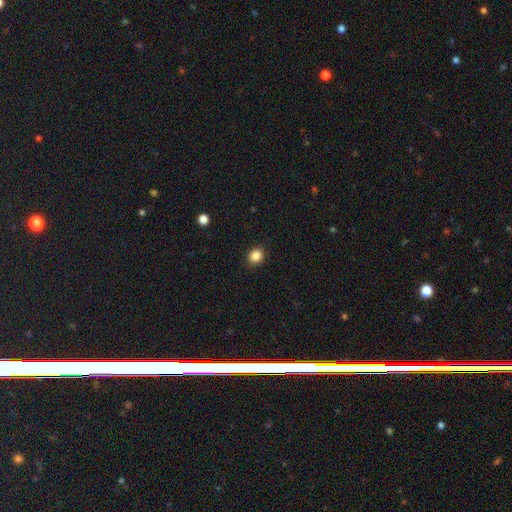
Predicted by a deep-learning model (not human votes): Q: Smooth or featured?
A: smooth (87%); runner-up: star or artifact (10%)
Q: How rounded?
A: round (69%); runner-up: in between (30%)
Q: Merging?
A: none (90%); runner-up: minor disturbance (7%)